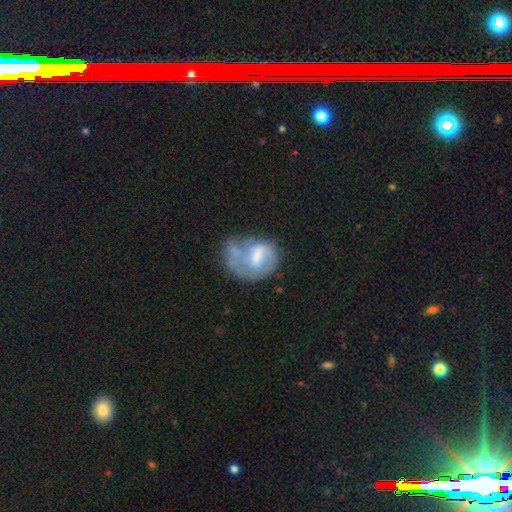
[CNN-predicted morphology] type=featured or disk (54%); edge-on=no (97%); bar=weak (45%); spiral arms=yes (55%); bulge=moderate (38%); merging=major disturbance (31%).